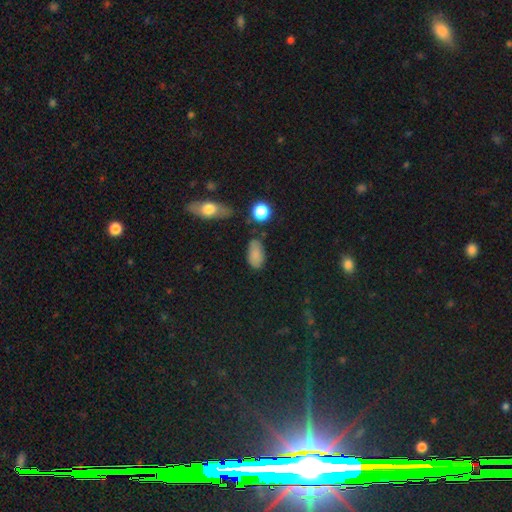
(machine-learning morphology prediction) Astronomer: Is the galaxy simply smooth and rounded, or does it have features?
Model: smooth — 81%.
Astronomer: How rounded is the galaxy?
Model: in between — 90%.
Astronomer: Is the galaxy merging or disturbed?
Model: none — 70%.